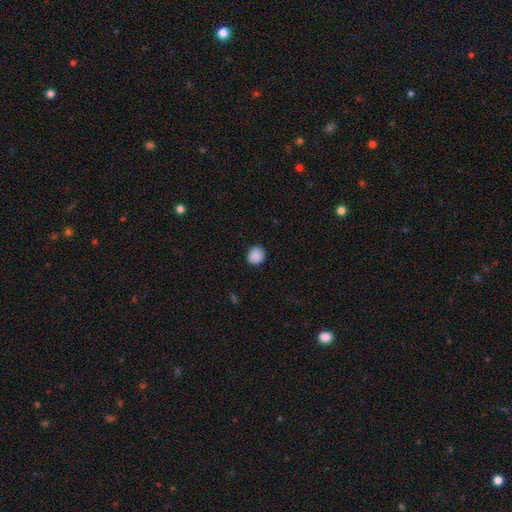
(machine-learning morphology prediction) This is clearly a smooth galaxy (89%). How rounded: clearly round (88%). Merging: clearly none (89%).